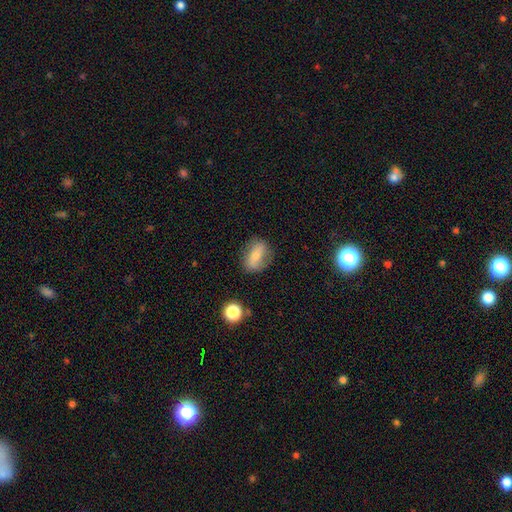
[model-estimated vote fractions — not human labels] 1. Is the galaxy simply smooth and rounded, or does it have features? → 62% smooth, 29% featured or disk, 9% star or artifact.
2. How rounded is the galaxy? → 71% in between, 22% round, 7% cigar-shaped.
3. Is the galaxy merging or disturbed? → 73% none, 18% minor disturbance, 6% major disturbance, 2% merger.